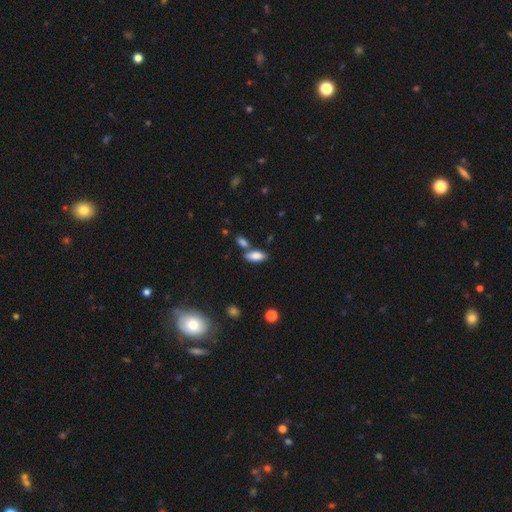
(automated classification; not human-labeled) A smooth galaxy with no disk features (84%) that is in between round and cigar-shaped (84%).

Vote fractions:
- Smooth or featured? smooth: 84% / featured or disk: 9% / star or artifact: 8%
- How rounded? in between: 84% / cigar-shaped: 13% / round: 3%
- Merging? none: 63% / merger: 20% / minor disturbance: 13% / major disturbance: 4%